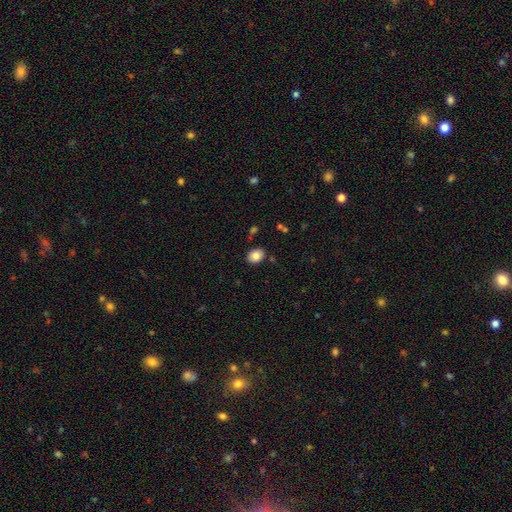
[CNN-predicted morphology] Smooth or featured? smooth (84%)
How rounded? in between (63%)
Merging? none (86%)